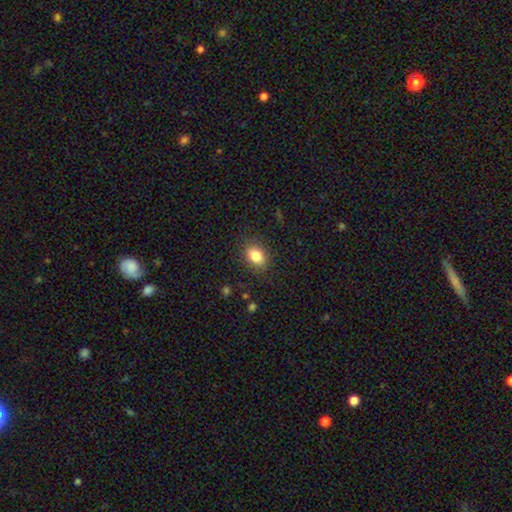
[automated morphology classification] This appears to be a smooth galaxy with no disk features (83%) that is in between round and cigar-shaped (74%). Merging: none (85%).